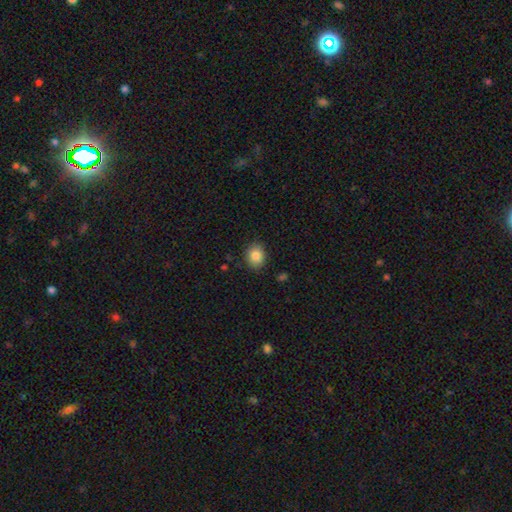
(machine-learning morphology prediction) A smooth galaxy with no disk features (86%) that is round (59%).

Vote fractions:
- Smooth or featured? smooth: 86% / star or artifact: 9% / featured or disk: 5%
- How rounded? round: 59% / in between: 41% / cigar-shaped: 1%
- Merging? none: 86% / minor disturbance: 10% / major disturbance: 3% / merger: 1%